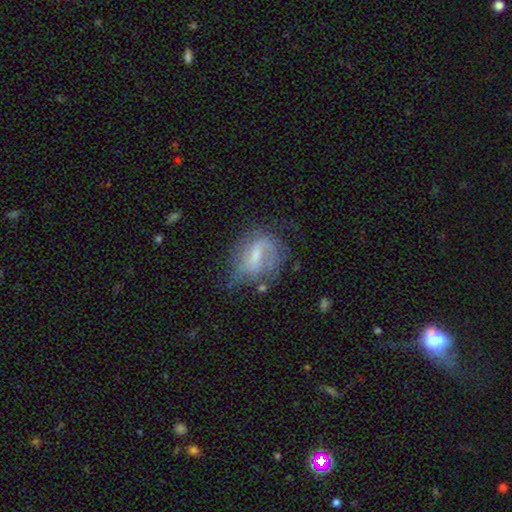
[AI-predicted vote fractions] A featured or disk galaxy (64%) with a weak bar (53%), spiral arms (74%) and a small central bulge (48%). Merging: none (46%).